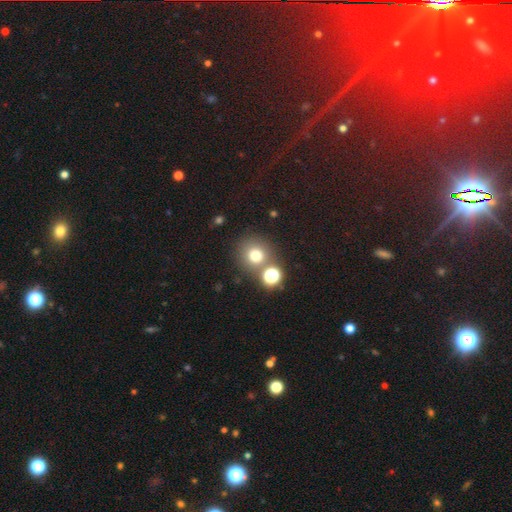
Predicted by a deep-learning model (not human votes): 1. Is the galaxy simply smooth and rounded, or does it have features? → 73% smooth, 18% star or artifact, 9% featured or disk.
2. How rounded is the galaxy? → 92% round, 7% in between, 1% cigar-shaped.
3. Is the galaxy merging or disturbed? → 72% none, 16% merger, 8% minor disturbance, 4% major disturbance.